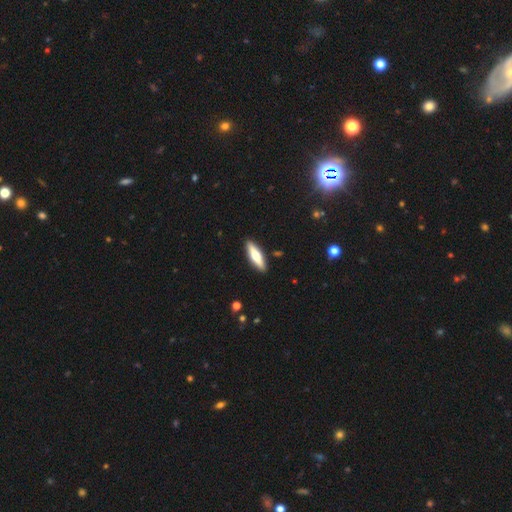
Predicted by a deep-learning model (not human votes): Smooth or featured: smooth — 54% (featured or disk — 40%)
How rounded: cigar-shaped — 66% (in between — 32%)
Merging: none — 90% (minor disturbance — 7%)